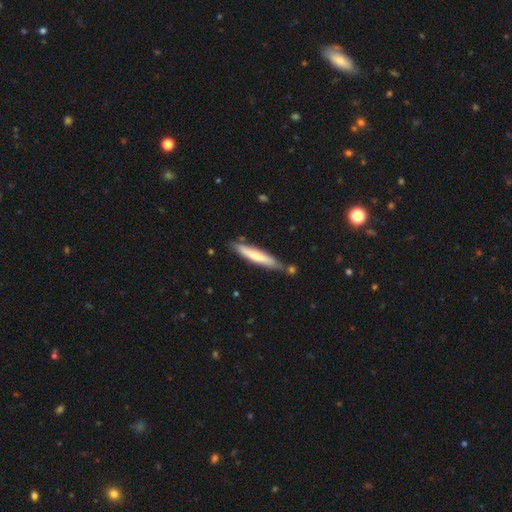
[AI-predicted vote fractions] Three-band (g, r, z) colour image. It shows a smooth galaxy with no disk features (62%) that is cigar-shaped (90%). Merging: none (75%).